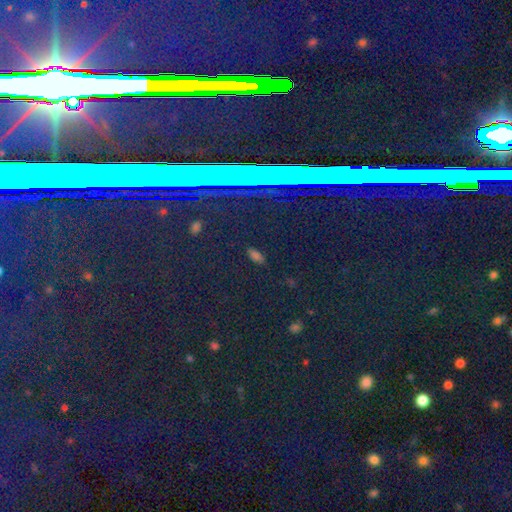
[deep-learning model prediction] This appears to be a star or artifact, not a galaxy (52%).